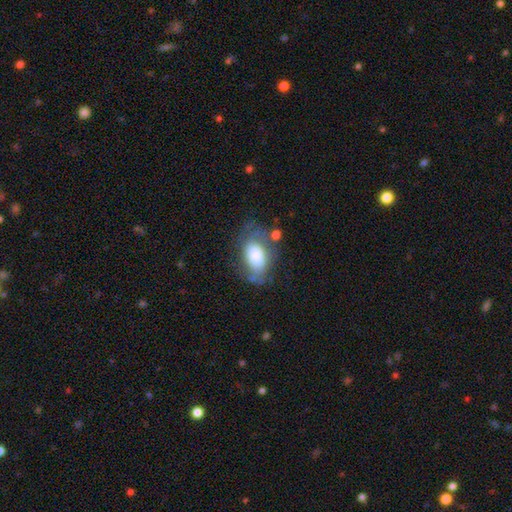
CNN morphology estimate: type=smooth (66%); roundness=in between (90%); merging=none (48%).